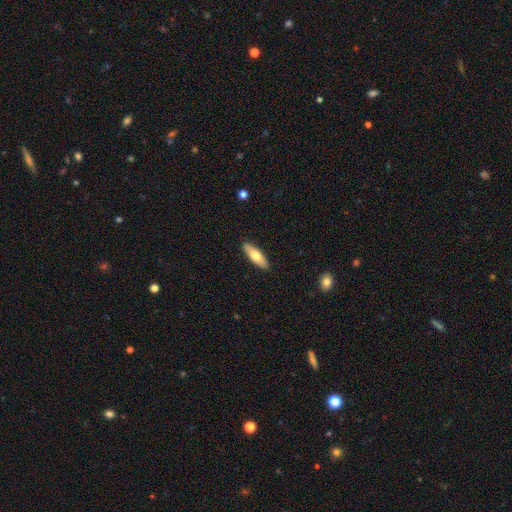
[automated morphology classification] Smooth or featured? smooth (66%)
How rounded? in between (55%)
Merging? none (89%)